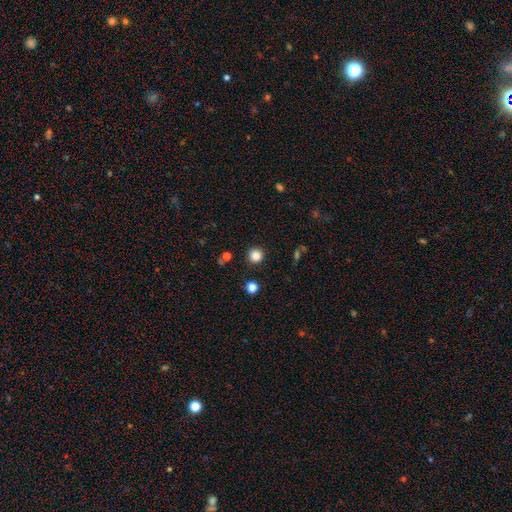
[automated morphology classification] Smooth or featured: smooth — 84% (star or artifact — 12%)
How rounded: round — 95% (in between — 4%)
Merging: none — 91% (minor disturbance — 5%)